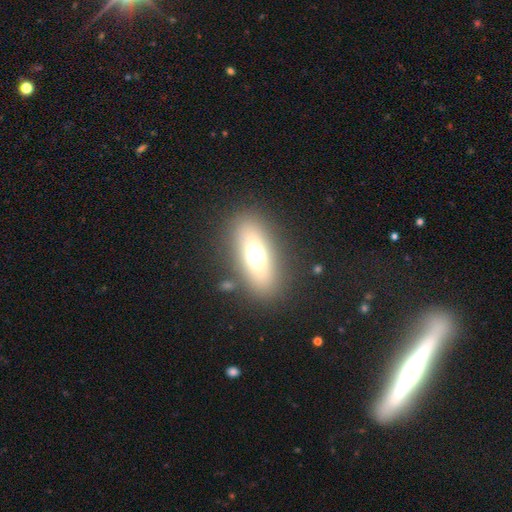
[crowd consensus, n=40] Smooth or featured?
  - smooth: 82% *
  - featured or disk: 12%
  - star or artifact: 5%
How rounded?
  - in between: 73% *
  - cigar-shaped: 21%
  - round: 6%
Merging?
  - none: 89% *
  - minor disturbance: 5%
  - major disturbance: 5%
  - merger: 0%